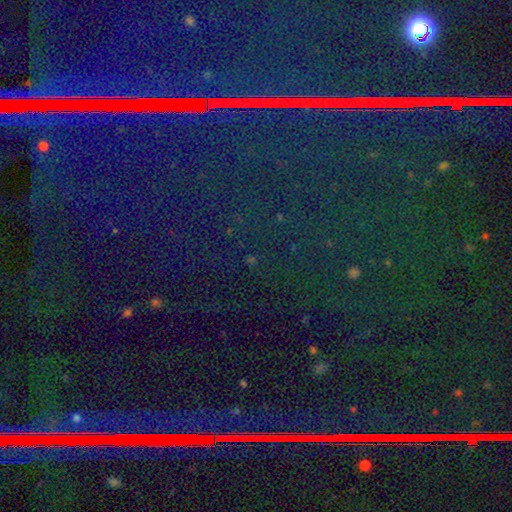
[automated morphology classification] smooth-or-featured: star or artifact: 87% | smooth: 7% | featured or disk: 6%